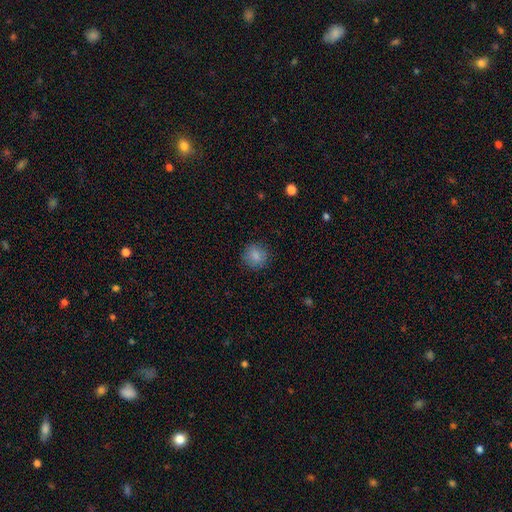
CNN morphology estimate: smooth_or_featured: smooth (p=0.85) [alt: star or artifact p=0.10]
how_rounded: round (p=0.88) [alt: in between p=0.11]
merging: none (p=0.87) [alt: minor disturbance p=0.09]